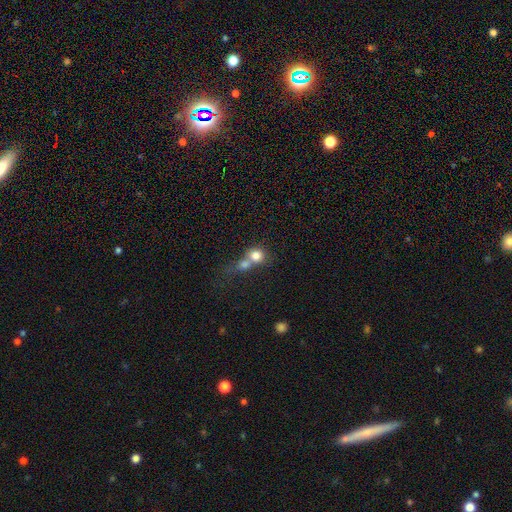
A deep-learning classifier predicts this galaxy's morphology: Smooth or featured? smooth (76%)
How rounded? round (81%)
Merging? merger (63%)